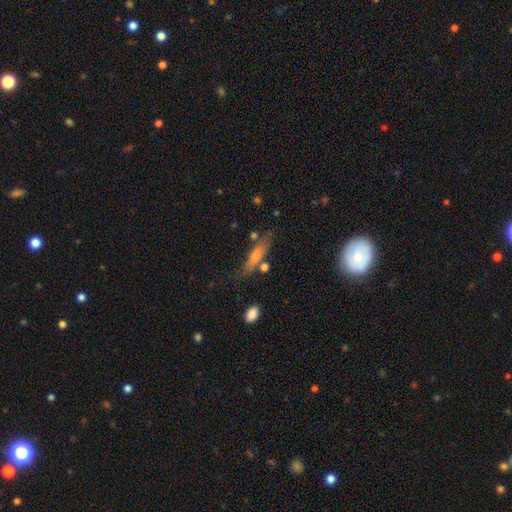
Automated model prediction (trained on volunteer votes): This appears to be a smooth galaxy with no disk features (55%) that is cigar-shaped (71%). Merging: none (68%).